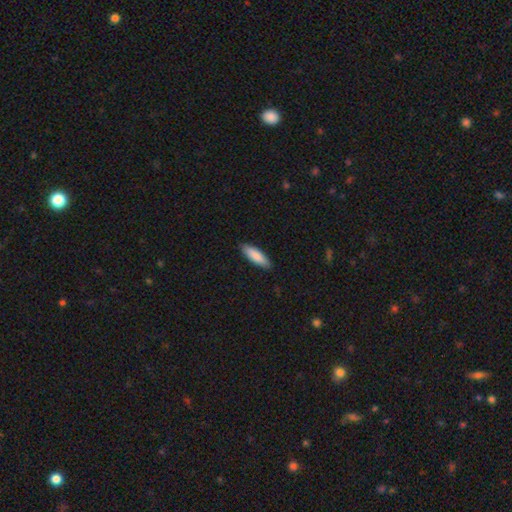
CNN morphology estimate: Smooth or featured: smooth — 87% (featured or disk — 8%)
How rounded: in between — 49% (tied with cigar-shaped — 49%)
Merging: none — 89% (minor disturbance — 8%)